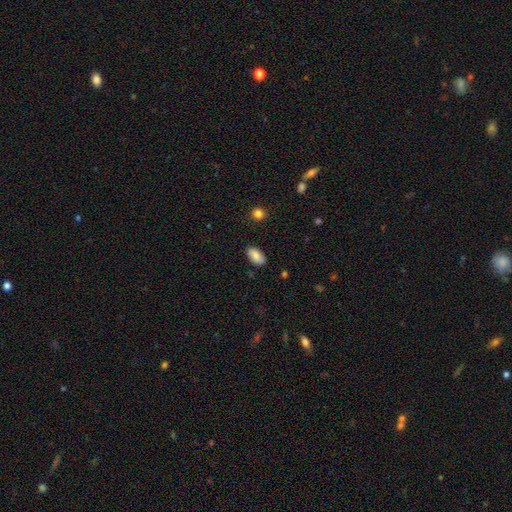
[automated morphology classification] smooth_or_featured: smooth (p=0.84) [alt: featured or disk p=0.09]
how_rounded: in between (p=0.94) [alt: round p=0.03]
merging: none (p=0.85) [alt: minor disturbance p=0.11]